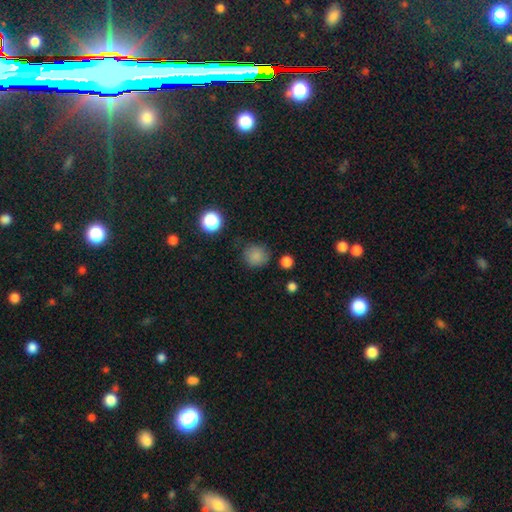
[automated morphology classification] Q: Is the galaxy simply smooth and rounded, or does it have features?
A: smooth — 82%.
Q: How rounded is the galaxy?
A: round — 88%.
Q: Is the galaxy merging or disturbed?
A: none — 77%.